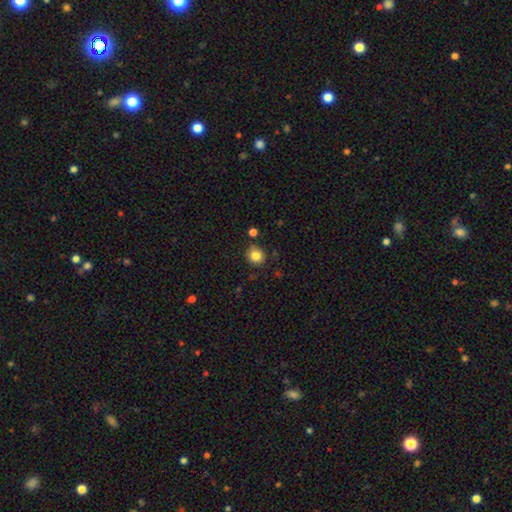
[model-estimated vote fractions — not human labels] A smooth galaxy with no disk features (83%) that is round (83%).

Vote fractions:
- Smooth or featured? smooth: 83% / star or artifact: 10% / featured or disk: 6%
- How rounded? round: 83% / in between: 16% / cigar-shaped: 1%
- Merging? none: 82% / minor disturbance: 11% / merger: 5% / major disturbance: 3%